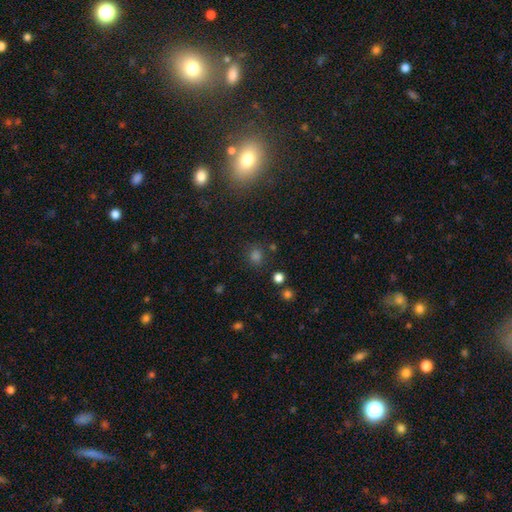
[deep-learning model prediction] smooth_or_featured: smooth (p=0.67) [alt: star or artifact p=0.28]
how_rounded: round (p=0.81) [alt: in between p=0.18]
merging: none (p=0.83) [alt: minor disturbance p=0.09]